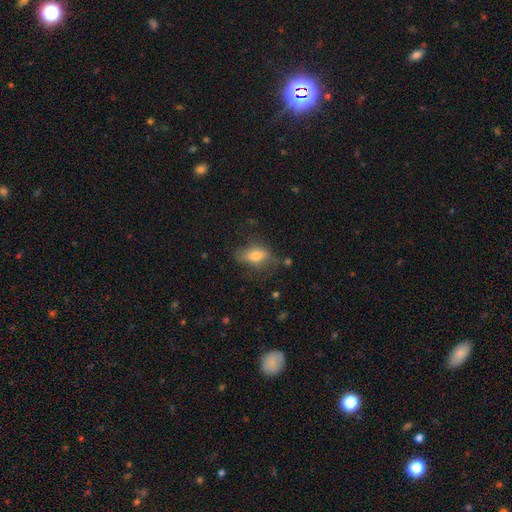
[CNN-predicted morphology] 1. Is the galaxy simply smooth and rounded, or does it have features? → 63% smooth, 27% featured or disk, 10% star or artifact.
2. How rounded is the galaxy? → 77% in between, 14% cigar-shaped, 9% round.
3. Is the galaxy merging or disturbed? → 63% none, 24% minor disturbance, 11% major disturbance, 3% merger.